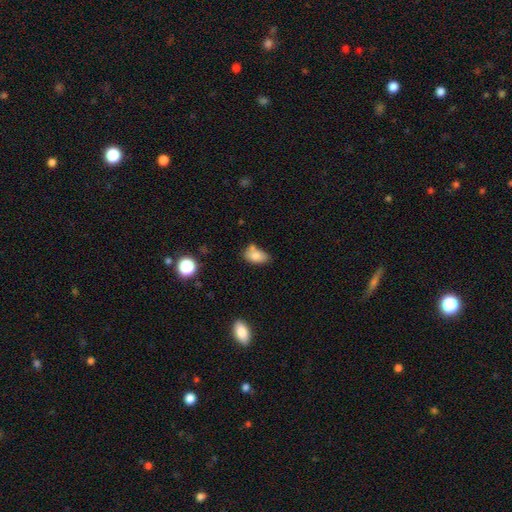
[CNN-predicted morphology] smooth 78%, featured or disk 13%, star or artifact 9%. Down the decision tree: how rounded — in between (89%); merging — none (51%).